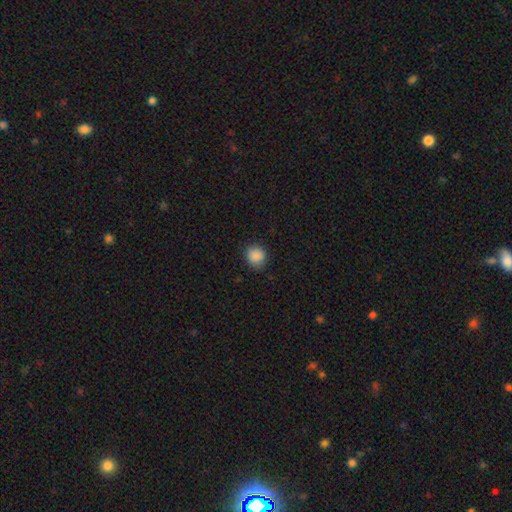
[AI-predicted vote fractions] Smooth or featured? smooth (88%)
How rounded? round (84%)
Merging? none (85%)